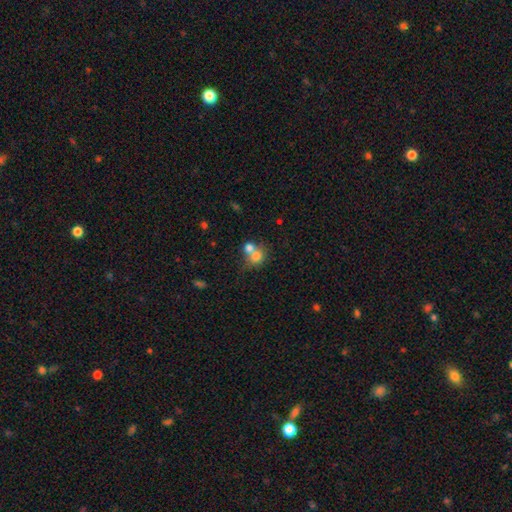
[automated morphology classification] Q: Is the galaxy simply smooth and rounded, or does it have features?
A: smooth — 73%.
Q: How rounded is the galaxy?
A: round — 76%.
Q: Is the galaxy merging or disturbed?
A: merger — 56%.